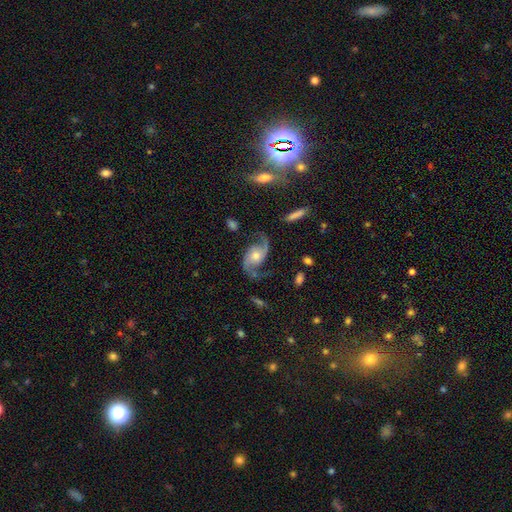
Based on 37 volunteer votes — Q: Smooth or featured?
A: featured or disk (100%)
Q: Edge-on disk?
A: no (95%); runner-up: yes (5%)
Q: Bar?
A: no (80%); runner-up: weak (20%)
Q: Spiral arms?
A: yes (91%); runner-up: no (9%)
Q: Spiral winding?
A: loose (59%); runner-up: medium (38%)
Q: Spiral arm count?
A: 2 (100%)
Q: Bulge size?
A: moderate (60%); runner-up: small (29%)
Q: Merging?
A: none (73%); runner-up: minor disturbance (19%)